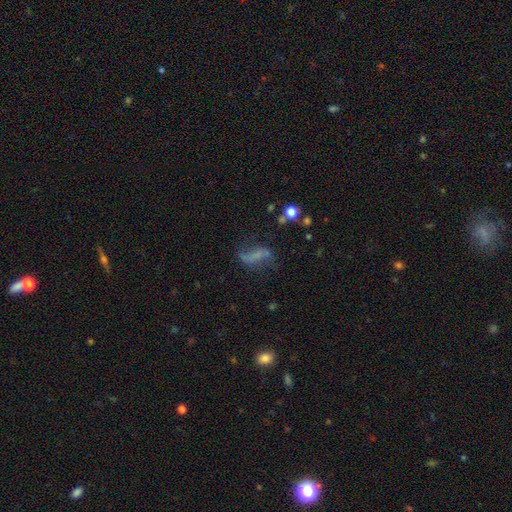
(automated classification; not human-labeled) The model was most divided on "smooth or featured": featured or disk: 46%, smooth: 37%, star or artifact: 17%. Remaining: merging — none (50%).